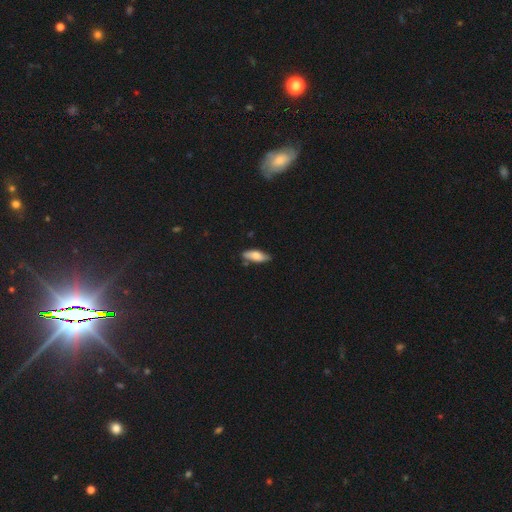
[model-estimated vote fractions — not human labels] Smooth or featured: smooth — 77% (featured or disk — 17%)
How rounded: in between — 69% (cigar-shaped — 29%)
Merging: none — 77% (minor disturbance — 18%)